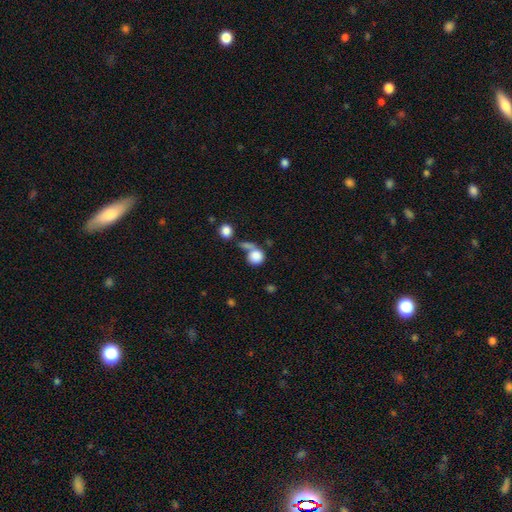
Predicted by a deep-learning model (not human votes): smooth-or-featured: smooth: 84% | star or artifact: 8% | featured or disk: 8%
  how-rounded: round: 83% | in between: 15% | cigar-shaped: 1%
  merging: none: 42% | merger: 36% | minor disturbance: 12% | major disturbance: 10%